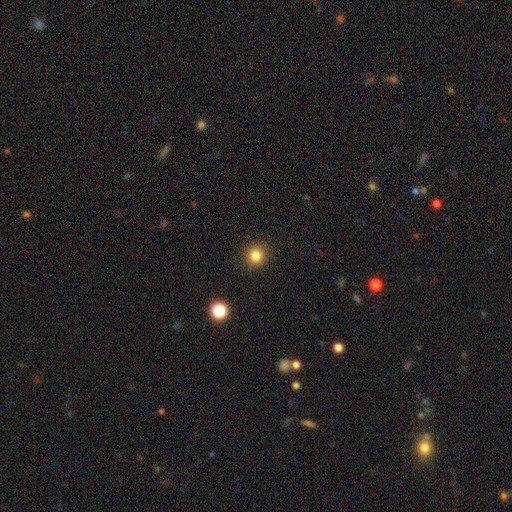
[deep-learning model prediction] smooth-or-featured: smooth: 83% | star or artifact: 12% | featured or disk: 5%
  how-rounded: round: 89% | in between: 10% | cigar-shaped: 1%
  merging: none: 89% | minor disturbance: 7% | major disturbance: 2% | merger: 1%